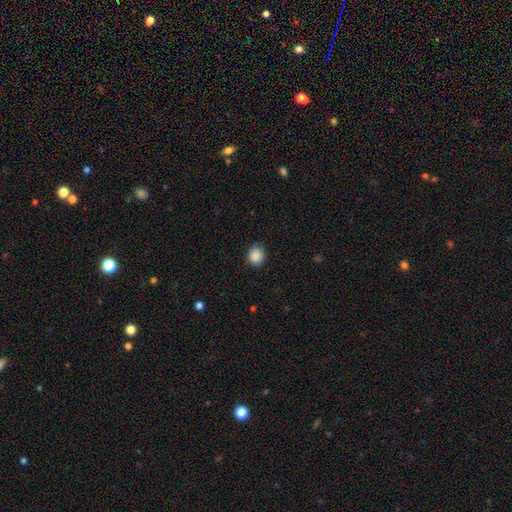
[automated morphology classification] A smooth galaxy with no disk features (88%) that is round (72%).

Vote fractions:
- Smooth or featured? smooth: 88% / star or artifact: 9% / featured or disk: 3%
- How rounded? round: 72% / in between: 27% / cigar-shaped: 1%
- Merging? none: 83% / minor disturbance: 13% / major disturbance: 3% / merger: 1%